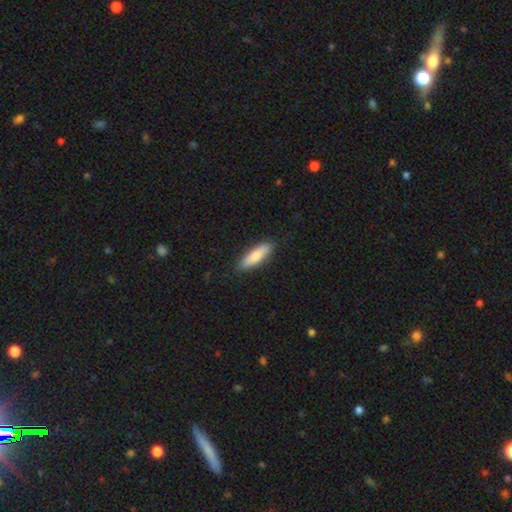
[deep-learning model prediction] Smooth or featured?
  - smooth: 80% *
  - featured or disk: 14%
  - star or artifact: 5%
How rounded?
  - cigar-shaped: 55% *
  - in between: 43%
  - round: 2%
Merging?
  - none: 87% *
  - minor disturbance: 10%
  - major disturbance: 2%
  - merger: 1%